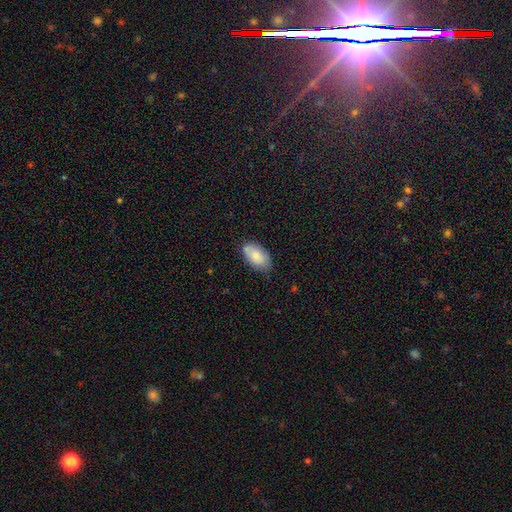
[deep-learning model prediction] Smooth or featured? smooth (81%)
How rounded? in between (94%)
Merging? none (67%)